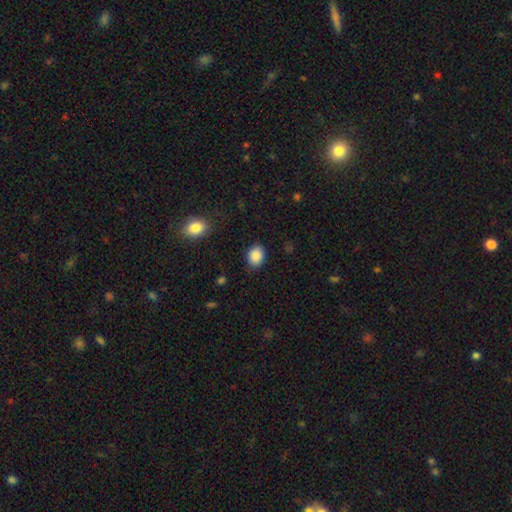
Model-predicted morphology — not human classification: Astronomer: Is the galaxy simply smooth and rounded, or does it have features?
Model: smooth — 88%.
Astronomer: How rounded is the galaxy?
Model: in between — 57% (runner-up: round, 42%).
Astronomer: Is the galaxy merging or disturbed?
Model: none — 86%.